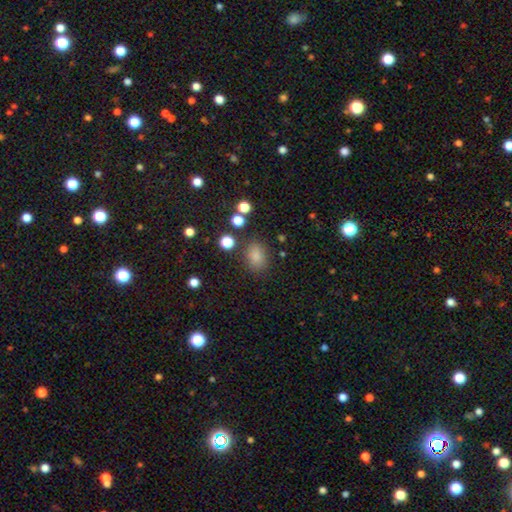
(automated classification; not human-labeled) Overall: smooth (82%). How rounded: in between (66%; round 33%). Merging: none (80%).